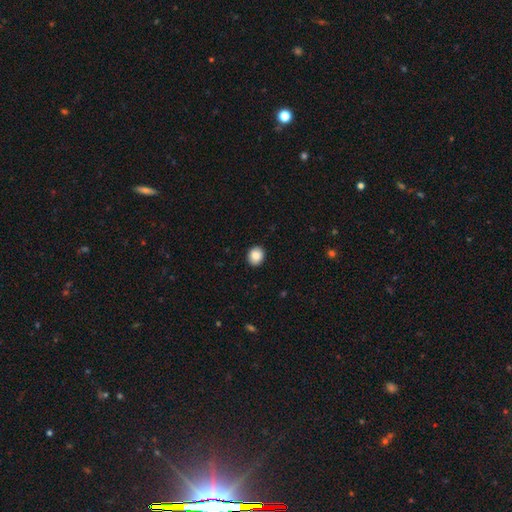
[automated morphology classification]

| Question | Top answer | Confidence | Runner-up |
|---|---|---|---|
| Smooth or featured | smooth | 87% | star or artifact (8%) |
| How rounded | round | 74% | in between (25%) |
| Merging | none | 92% | minor disturbance (6%) |